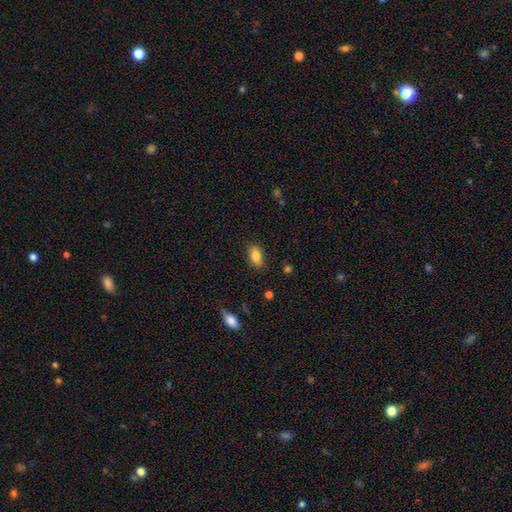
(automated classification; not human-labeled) Morphology: type=smooth (84%); roundness=in between (89%); merging=none (85%).